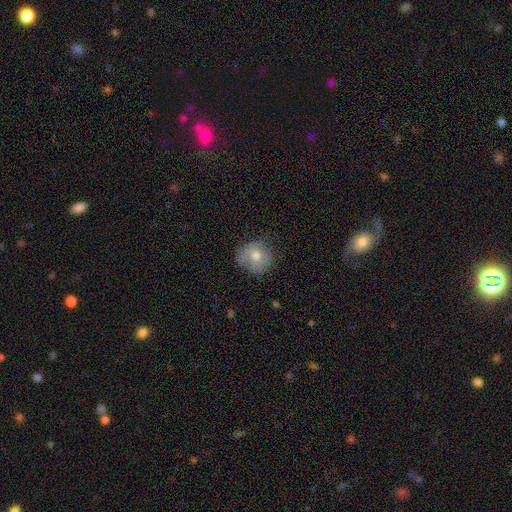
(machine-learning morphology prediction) A smooth galaxy with no disk features (62%) that is round (84%).

Vote fractions:
- Smooth or featured? smooth: 62% / featured or disk: 27% / star or artifact: 11%
- How rounded? round: 84% / in between: 15% / cigar-shaped: 1%
- Merging? none: 67% / minor disturbance: 24% / major disturbance: 7% / merger: 2%